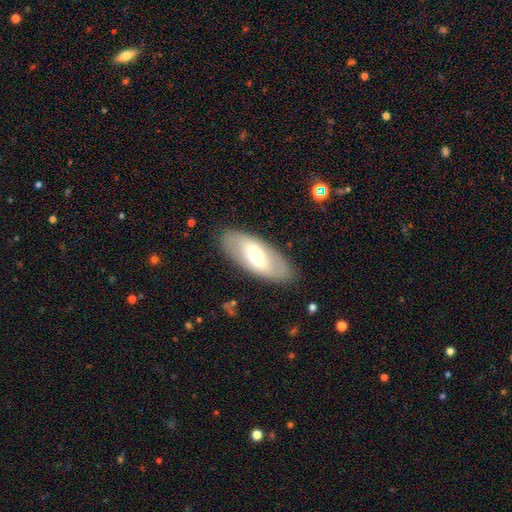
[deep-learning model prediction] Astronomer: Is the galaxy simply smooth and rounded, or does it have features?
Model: featured or disk — 52% (runner-up: smooth, 42%).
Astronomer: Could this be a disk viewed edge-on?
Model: no — 83%.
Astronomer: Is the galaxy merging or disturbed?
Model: none — 86%.